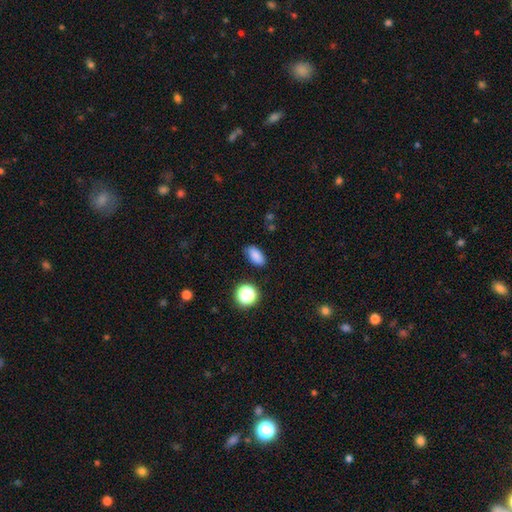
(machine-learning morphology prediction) This is clearly a smooth galaxy (84%). How rounded: clearly in between (87%). Merging: clearly none (84%).